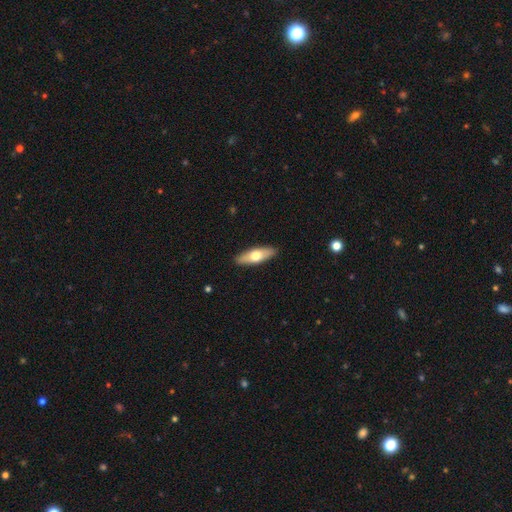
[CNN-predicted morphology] A smooth galaxy with no disk features (59%) that is in between round and cigar-shaped (53%). Merging: none (90%).